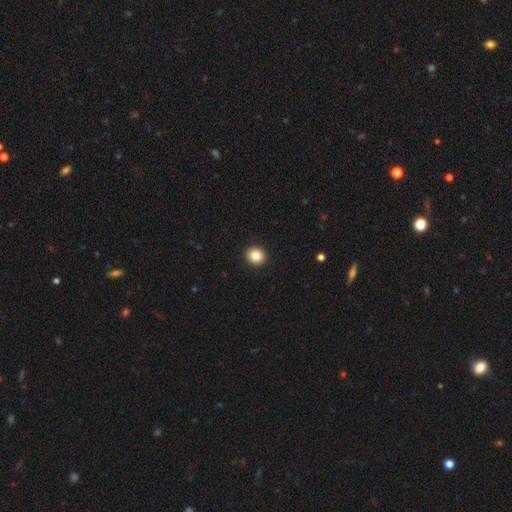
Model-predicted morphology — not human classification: This is clearly a smooth galaxy (85%). How rounded: clearly round (88%). Merging: clearly none (93%).